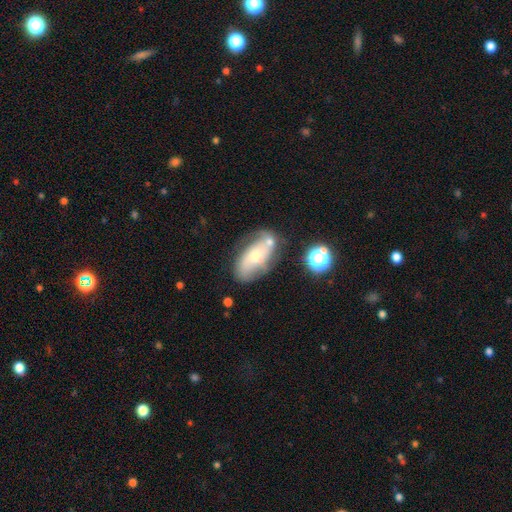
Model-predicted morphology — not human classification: This is possibly a featured or disk galaxy (58%). It is clearly not viewed edge-on (92%). Bar: likely no (63%). Spiral arm pattern: likely yes (78%). Central bulge: possibly moderate (50%). Merging: possibly none (51%).